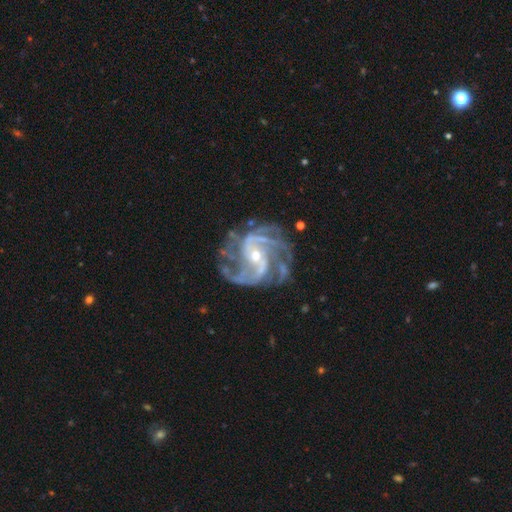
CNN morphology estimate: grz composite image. It shows a featured or disk galaxy (92%) with no bar (44%), 2 (32%) medium (53%) spiral arms (98%) and a small central bulge (63%). Merging: none (68%).